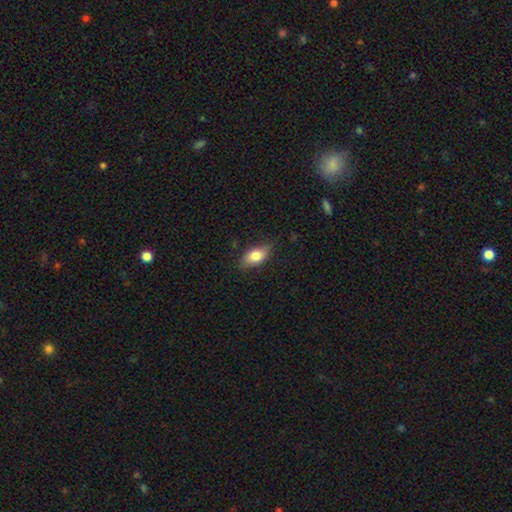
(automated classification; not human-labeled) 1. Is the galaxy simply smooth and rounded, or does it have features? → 78% smooth, 15% featured or disk, 7% star or artifact.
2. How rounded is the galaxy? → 88% in between, 6% cigar-shaped, 6% round.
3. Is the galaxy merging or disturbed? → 77% none, 18% minor disturbance, 3% major disturbance, 1% merger.